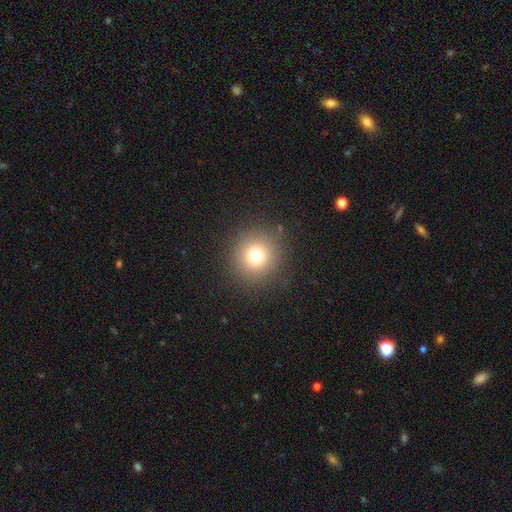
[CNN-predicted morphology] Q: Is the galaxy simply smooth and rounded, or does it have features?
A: smooth — 75%.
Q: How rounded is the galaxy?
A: round — 94%.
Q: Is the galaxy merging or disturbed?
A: none — 88%.